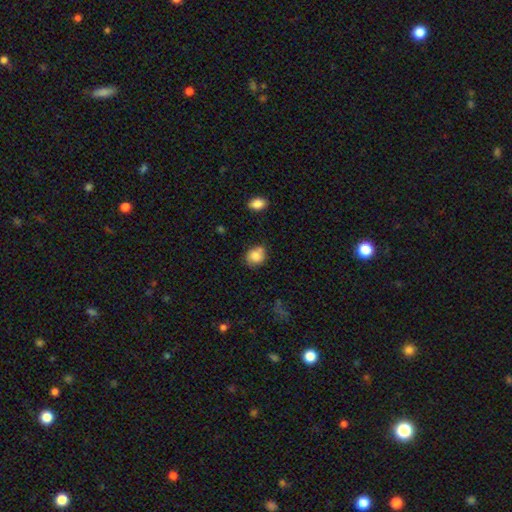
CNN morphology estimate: smooth 82%, featured or disk 9%, star or artifact 9%. Down the decision tree: how rounded — round (64%); merging — none (61%).